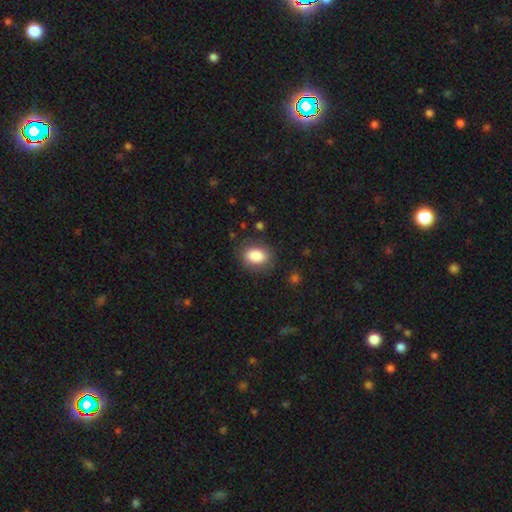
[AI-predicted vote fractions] Smooth or featured?
  - smooth: 86% *
  - star or artifact: 8%
  - featured or disk: 6%
How rounded?
  - in between: 73% *
  - round: 25%
  - cigar-shaped: 1%
Merging?
  - none: 83% *
  - minor disturbance: 12%
  - major disturbance: 4%
  - merger: 1%